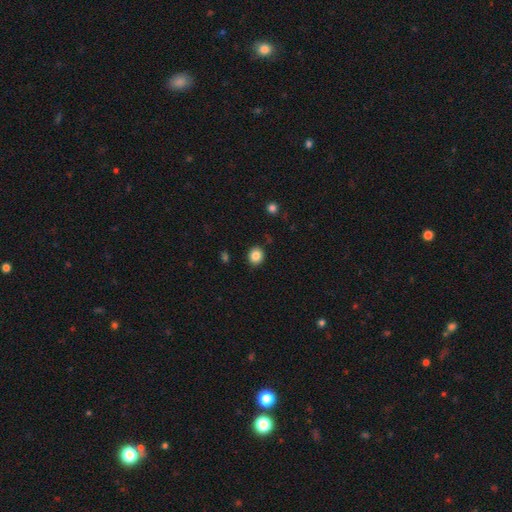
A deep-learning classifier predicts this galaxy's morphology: Overall: smooth (85%). How rounded: round (76%). Merging: none (90%).